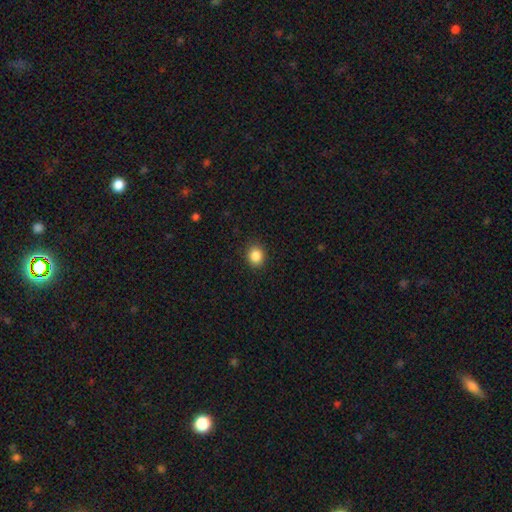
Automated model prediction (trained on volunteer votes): A smooth galaxy with no disk features (86%) that is round (68%). Merging: none (90%).